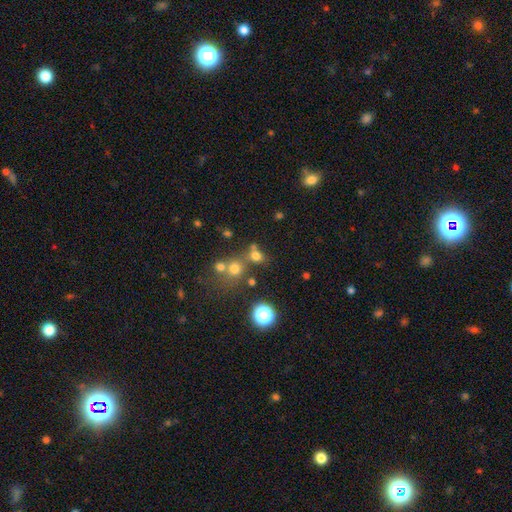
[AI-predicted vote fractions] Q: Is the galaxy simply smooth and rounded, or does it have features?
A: smooth — 69%.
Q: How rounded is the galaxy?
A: round — 67%.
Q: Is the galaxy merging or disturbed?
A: none — 56%.